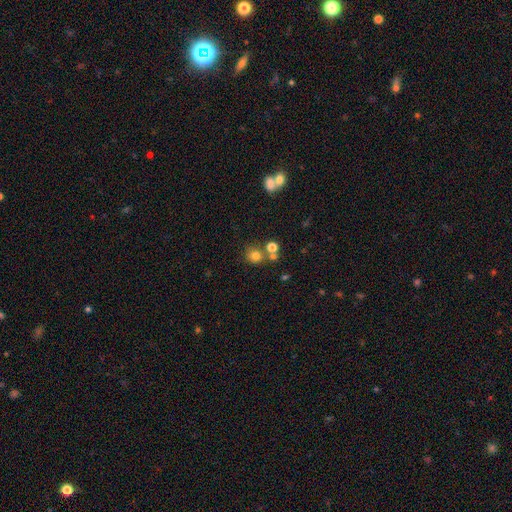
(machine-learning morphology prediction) This appears to be a smooth galaxy with no disk features (75%) that is round (85%). Merging: none (64%).